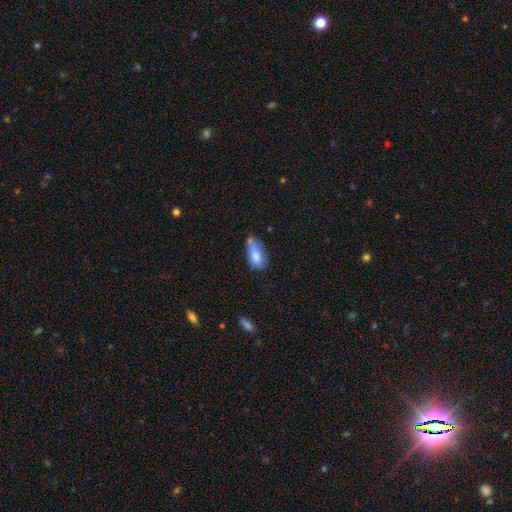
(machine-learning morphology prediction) Q: Smooth or featured?
A: smooth (75%); runner-up: featured or disk (16%)
Q: How rounded?
A: in between (84%); runner-up: cigar-shaped (12%)
Q: Merging?
A: none (39%); runner-up: minor disturbance (35%)